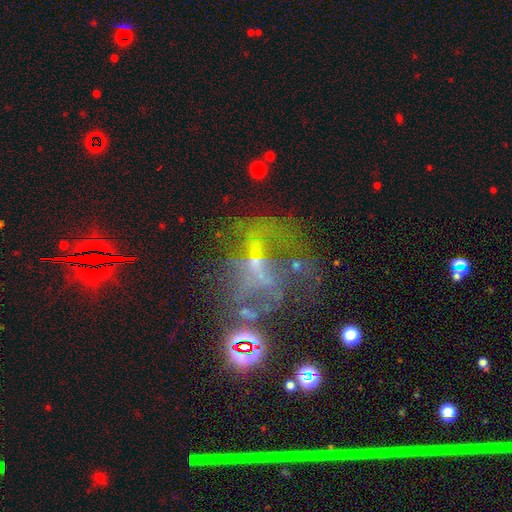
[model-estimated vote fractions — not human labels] Smooth or featured? Predicted: featured or disk (p=0.51). Edge-on disk? Predicted: no (p=0.95). Merging? Predicted: none (p=0.38).